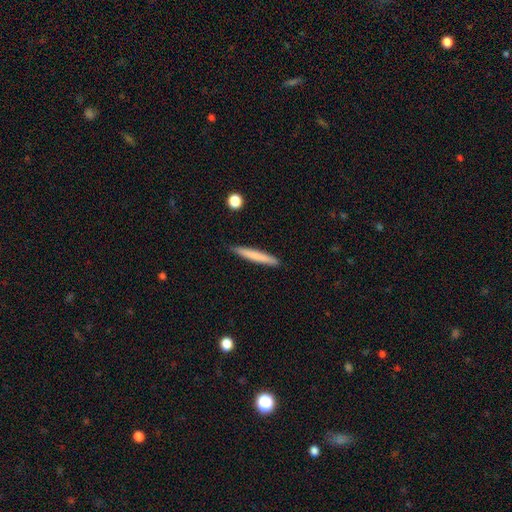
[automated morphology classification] Smooth or featured: smooth — 75% (featured or disk — 20%)
How rounded: cigar-shaped — 95% (in between — 3%)
Merging: none — 89% (minor disturbance — 8%)